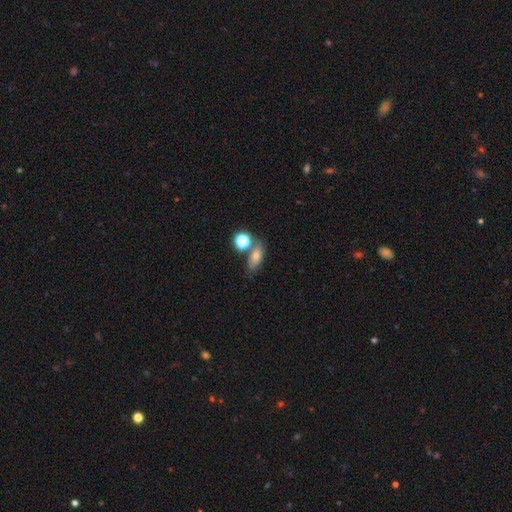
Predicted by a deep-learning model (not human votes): Q: Smooth or featured?
A: smooth (72%); runner-up: featured or disk (14%)
Q: How rounded?
A: in between (70%); runner-up: round (18%)
Q: Merging?
A: none (60%); runner-up: merger (20%)